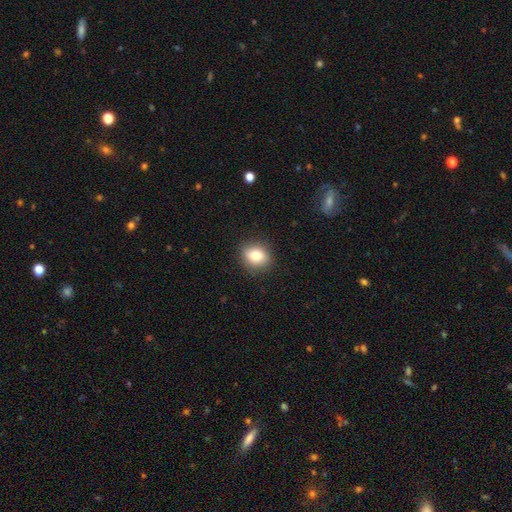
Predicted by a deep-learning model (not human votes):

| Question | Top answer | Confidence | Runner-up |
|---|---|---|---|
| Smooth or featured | smooth | 79% | featured or disk (11%) |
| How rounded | round | 60% | in between (39%) |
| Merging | none | 87% | minor disturbance (9%) |